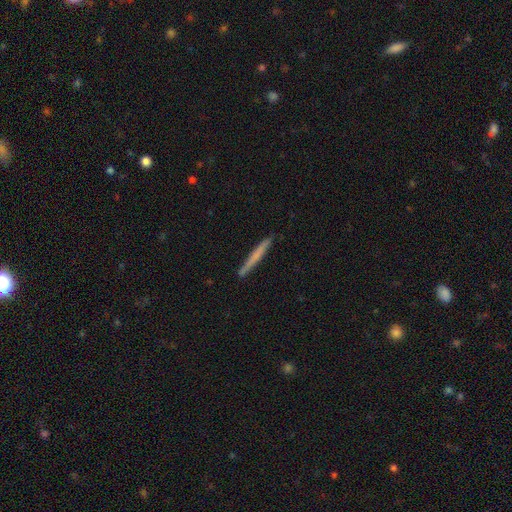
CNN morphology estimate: smooth 55%, featured or disk 40%, star or artifact 6%. Down the decision tree: how rounded — cigar-shaped (97%); merging — none (90%).